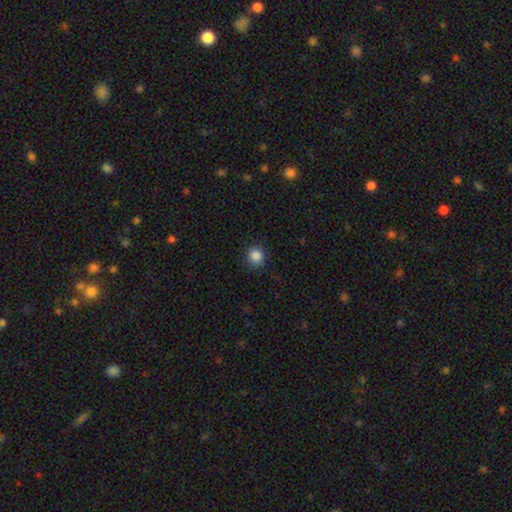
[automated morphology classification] Smooth or featured: smooth — 87% (star or artifact — 10%)
How rounded: round — 91% (in between — 8%)
Merging: none — 88% (minor disturbance — 8%)